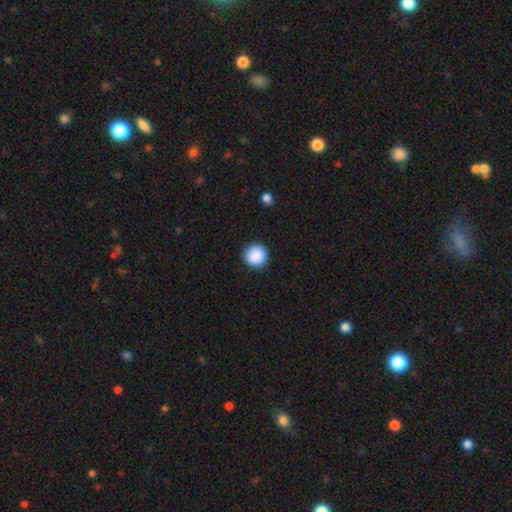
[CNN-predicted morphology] Smooth or featured: smooth — 89% (star or artifact — 8%)
How rounded: round — 96% (in between — 3%)
Merging: none — 92% (minor disturbance — 5%)